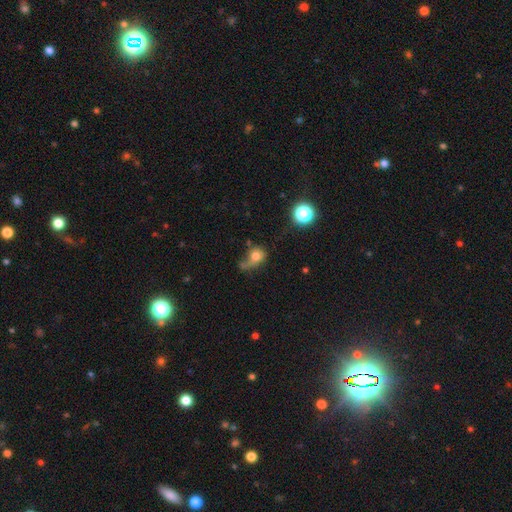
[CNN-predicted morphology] This appears to be a smooth galaxy with no disk features (70%) that is round (64%). Merging: none (32%).